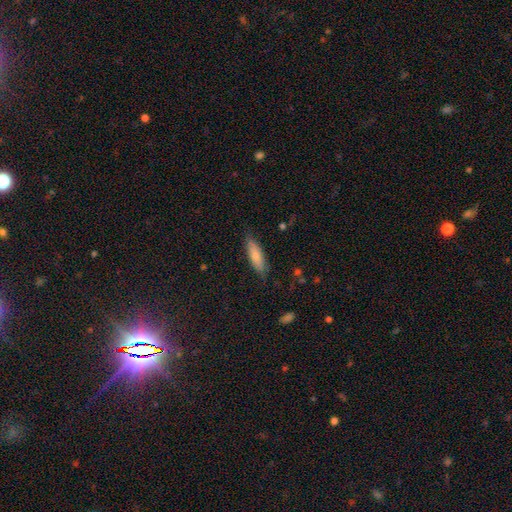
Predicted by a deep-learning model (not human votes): The model was most divided on "how rounded": cigar-shaped: 54%, in between: 45%, round: 2%. More confident: merging — none (79%); smooth or featured — smooth (78%).